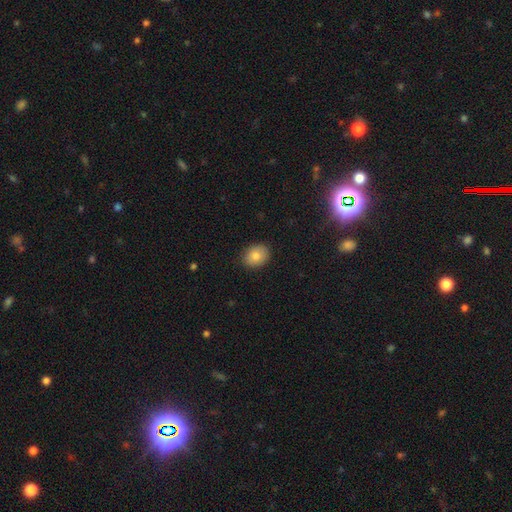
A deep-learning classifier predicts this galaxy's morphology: smooth_or_featured: smooth (p=0.82) [alt: featured or disk p=0.09]
how_rounded: in between (p=0.58) [alt: round p=0.41]
merging: none (p=0.87) [alt: minor disturbance p=0.10]